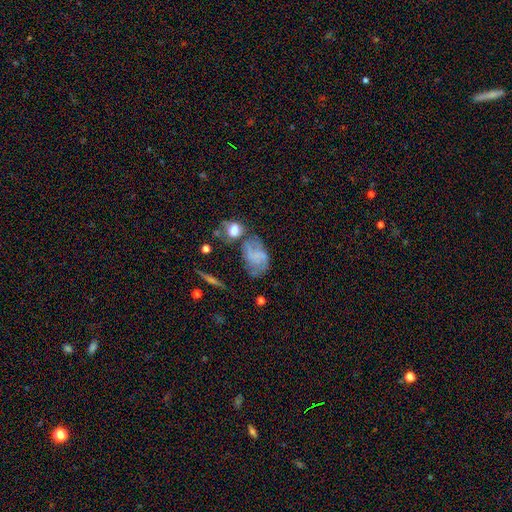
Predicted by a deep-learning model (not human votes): Smooth or featured? Predicted: featured or disk (p=0.54). Edge-on disk? Predicted: no (p=0.96). Bar? Predicted: no (p=0.69). Spiral arms? Predicted: yes (p=0.74). Bulge size? Predicted: none (p=0.68). Merging? Predicted: none (p=0.48).